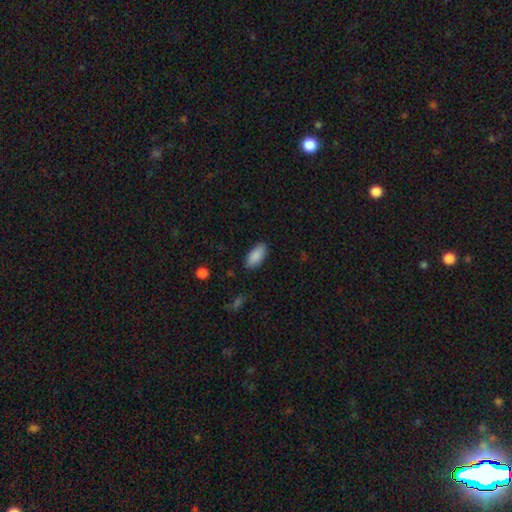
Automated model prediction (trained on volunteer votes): The model was most divided on "merging": none: 86%, minor disturbance: 10%, major disturbance: 2%, merger: 1%. More confident: how rounded — in between (90%); smooth or featured — smooth (89%).